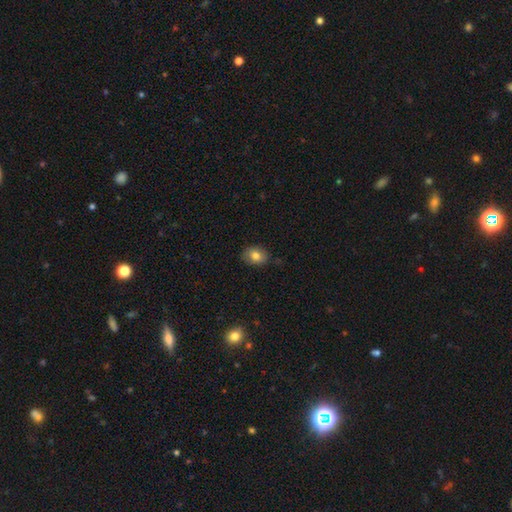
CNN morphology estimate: Smooth or featured: smooth — 79% (featured or disk — 11%)
How rounded: in between — 66% (round — 33%)
Merging: none — 84% (minor disturbance — 13%)